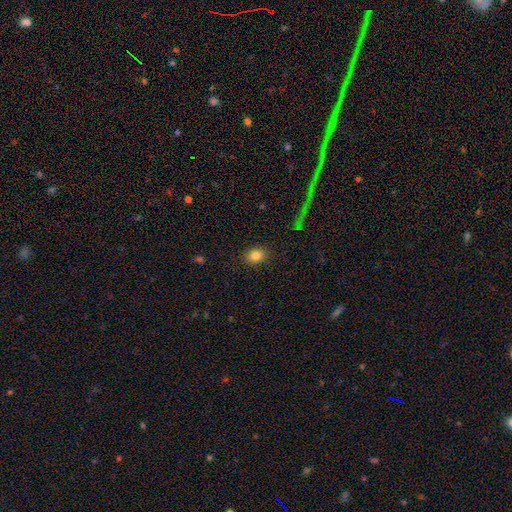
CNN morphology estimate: Q: Smooth or featured?
A: smooth (83%); runner-up: star or artifact (10%)
Q: How rounded?
A: in between (55%); runner-up: round (44%)
Q: Merging?
A: none (88%); runner-up: minor disturbance (8%)